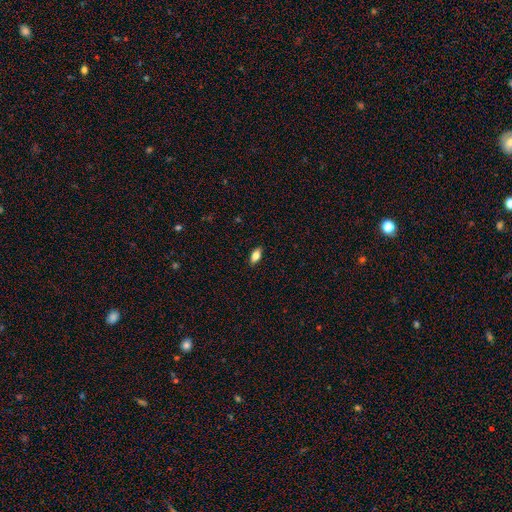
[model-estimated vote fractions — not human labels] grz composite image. It shows a smooth galaxy with no disk features (78%) that is in between round and cigar-shaped (86%). Merging: none (89%).